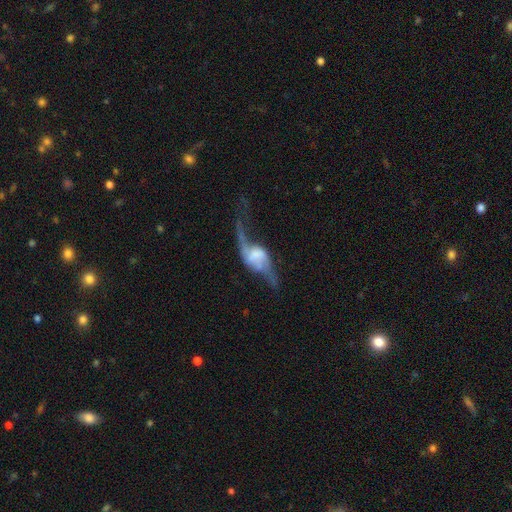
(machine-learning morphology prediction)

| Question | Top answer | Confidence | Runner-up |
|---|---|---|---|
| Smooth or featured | featured or disk | 79% | smooth (14%) |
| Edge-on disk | no | 85% | yes (15%) |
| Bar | no | 45% | weak (34%) |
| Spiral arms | yes | 84% | no (16%) |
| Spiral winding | loose | 89% | medium (8%) |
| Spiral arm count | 2 | 90% | 1 (4%) |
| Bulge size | none | 36% | large (21%) |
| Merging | none | 37% | tied: major disturbance (37%) |